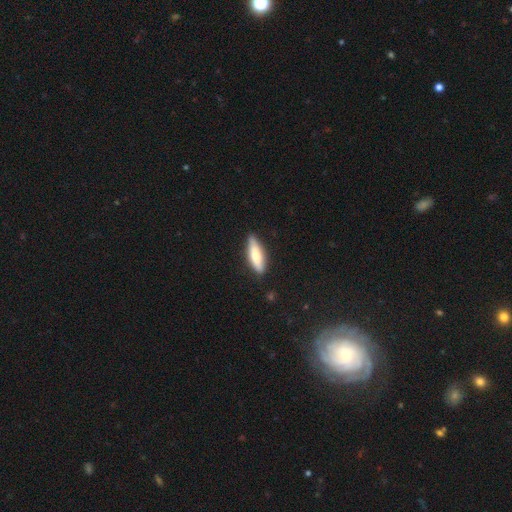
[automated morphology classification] Smooth or featured: smooth — 73% (featured or disk — 22%)
How rounded: cigar-shaped — 55% (in between — 43%)
Merging: none — 84% (minor disturbance — 12%)